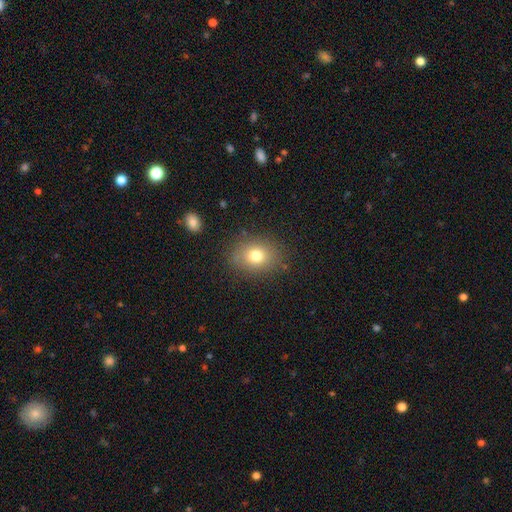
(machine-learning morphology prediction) The model was most divided on "how rounded": in between: 56%, round: 43%, cigar-shaped: 1%. More confident: merging — none (83%); smooth or featured — smooth (76%).